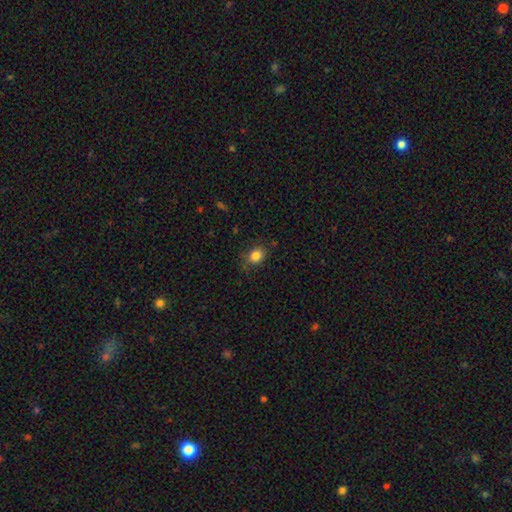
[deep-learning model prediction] smooth 84%, star or artifact 11%, featured or disk 5%. Down the decision tree: how rounded — round (54%); merging — none (78%).